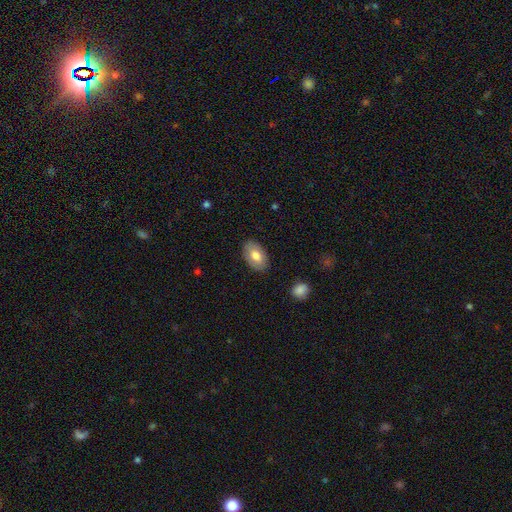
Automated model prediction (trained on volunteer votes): smooth_or_featured: smooth (p=0.73) [alt: featured or disk p=0.21]
how_rounded: in between (p=0.93) [alt: round p=0.06]
merging: none (p=0.85) [alt: minor disturbance p=0.11]